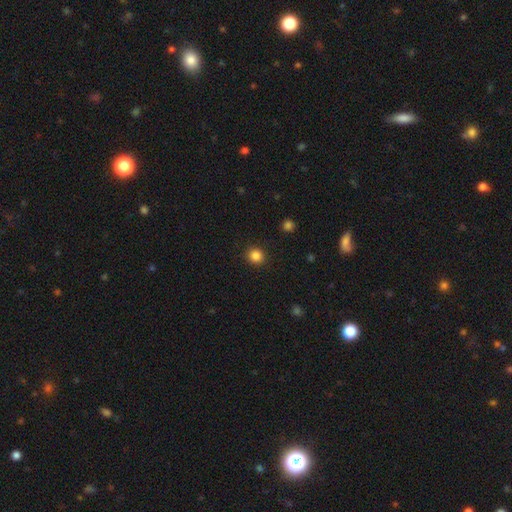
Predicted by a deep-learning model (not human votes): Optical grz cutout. It shows a smooth galaxy with no disk features (85%) that is round (89%). Merging: none (91%).